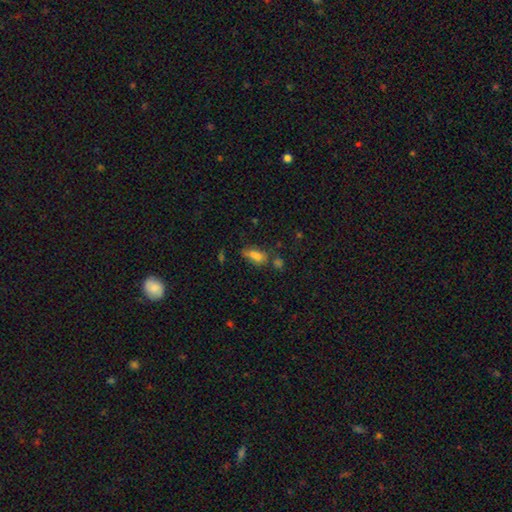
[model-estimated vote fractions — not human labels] smooth-or-featured: smooth: 69% | star or artifact: 17% | featured or disk: 14%
  how-rounded: in between: 76% | cigar-shaped: 14% | round: 10%
  merging: none: 42% | merger: 30% | minor disturbance: 18% | major disturbance: 10%